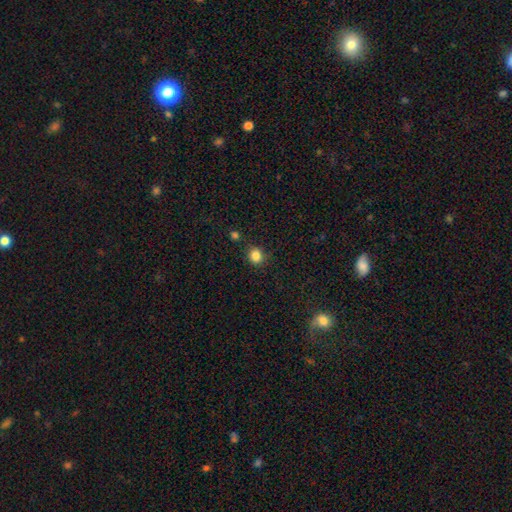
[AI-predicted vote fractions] A smooth galaxy with no disk features (84%) that is round (82%). Merging: none (86%).